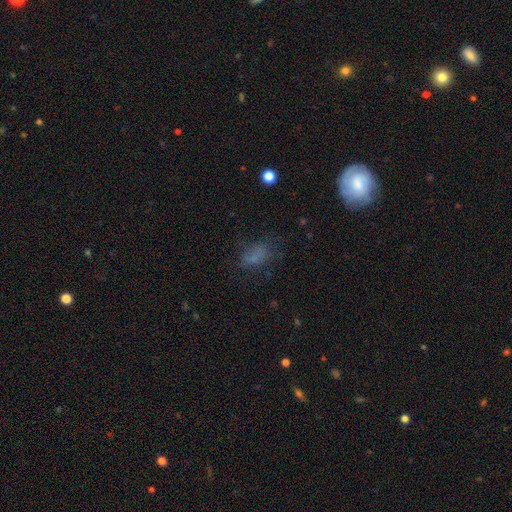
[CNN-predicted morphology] This appears to be a smooth galaxy with no disk features (66%) that is in between round and cigar-shaped (84%). Merging: none (54%).